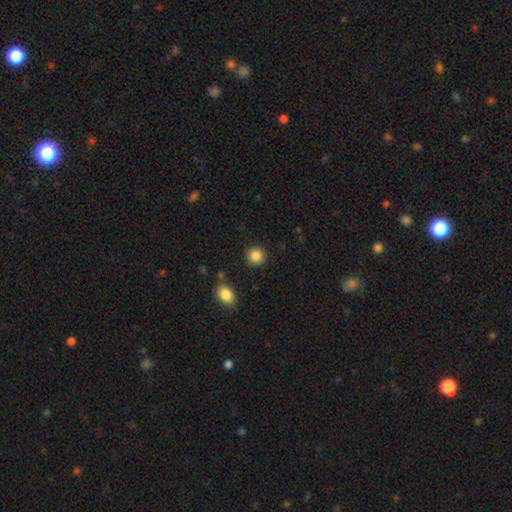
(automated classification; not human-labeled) Smooth or featured?
  - smooth: 87% *
  - star or artifact: 9%
  - featured or disk: 4%
How rounded?
  - round: 91% *
  - in between: 8%
  - cigar-shaped: 1%
Merging?
  - none: 89% *
  - minor disturbance: 7%
  - major disturbance: 2%
  - merger: 2%